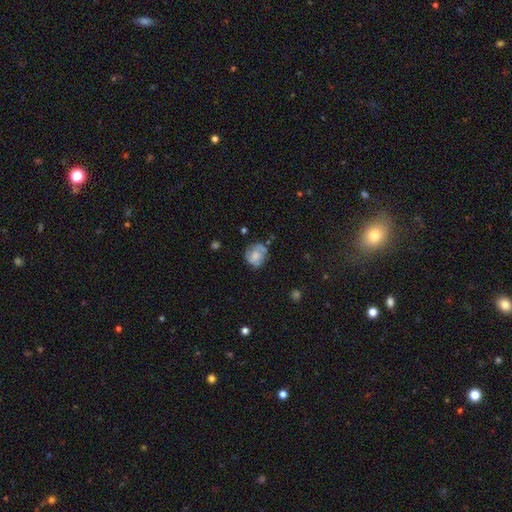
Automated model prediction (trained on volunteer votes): A smooth galaxy with no disk features (46%, tied with featured or disk). Merging: none (64%).